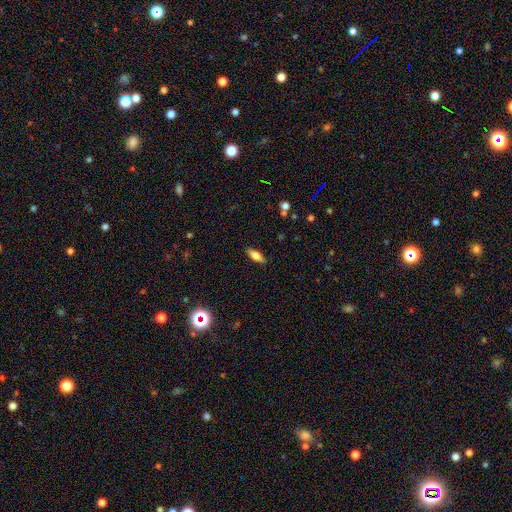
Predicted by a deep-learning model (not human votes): smooth-or-featured: smooth: 69% | featured or disk: 22% | star or artifact: 8%
  how-rounded: in between: 71% | cigar-shaped: 26% | round: 3%
  merging: none: 88% | minor disturbance: 9% | major disturbance: 2% | merger: 1%